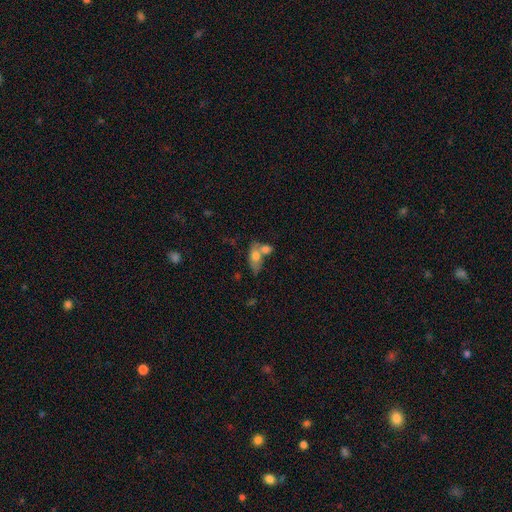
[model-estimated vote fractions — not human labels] Smooth or featured?
  - smooth: 66% *
  - featured or disk: 27%
  - star or artifact: 8%
How rounded?
  - in between: 82% *
  - round: 11%
  - cigar-shaped: 8%
Merging?
  - merger: 51% *
  - none: 31%
  - minor disturbance: 12%
  - major disturbance: 6%